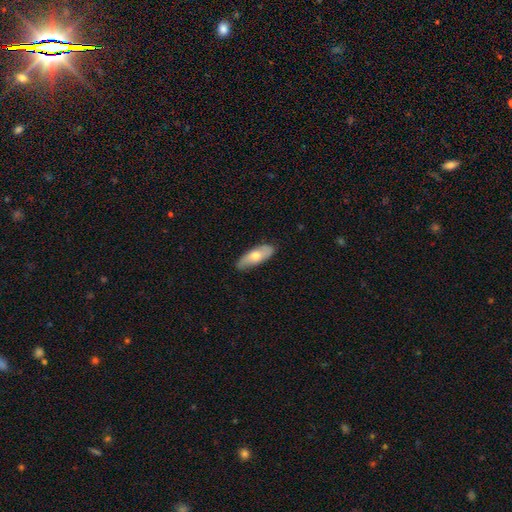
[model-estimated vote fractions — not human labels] This appears to be a smooth galaxy with no disk features (62%) that is in between round and cigar-shaped (68%). Merging: none (81%).